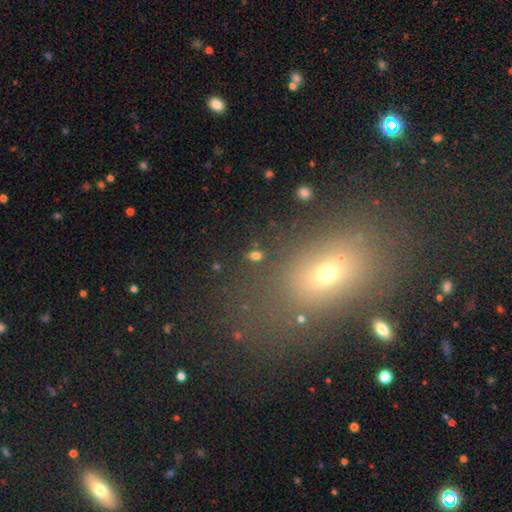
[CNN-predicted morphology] smooth_or_featured: smooth (p=0.72) [alt: star or artifact p=0.20]
how_rounded: in between (p=0.73) [alt: round p=0.23]
merging: none (p=0.81) [alt: minor disturbance p=0.10]